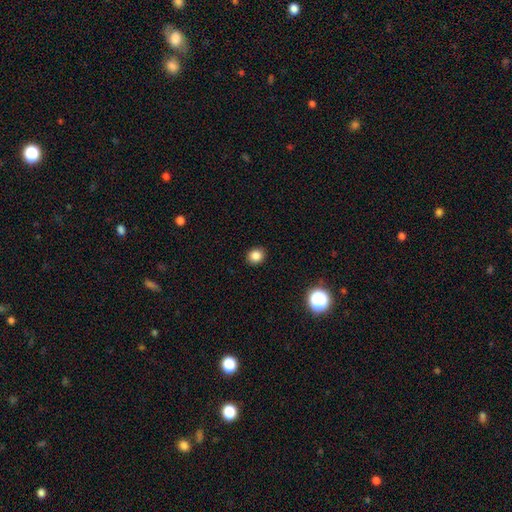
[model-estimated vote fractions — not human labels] smooth-or-featured: smooth: 84% | star or artifact: 12% | featured or disk: 4%
  how-rounded: round: 79% | in between: 20% | cigar-shaped: 1%
  merging: none: 91% | minor disturbance: 6% | major disturbance: 2% | merger: 1%